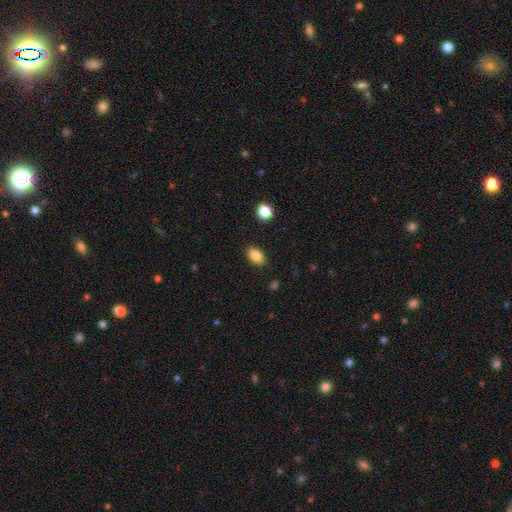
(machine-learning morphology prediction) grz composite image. It shows a smooth galaxy with no disk features (84%) that is in between round and cigar-shaped (89%). Merging: none (87%).